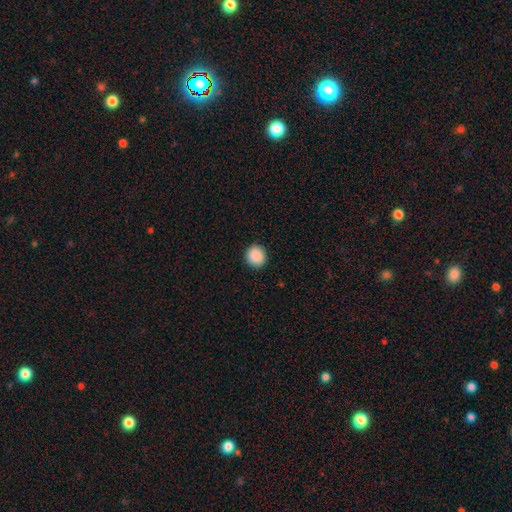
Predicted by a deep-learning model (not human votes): A smooth galaxy with no disk features (89%) that is round (89%). Merging: none (92%).